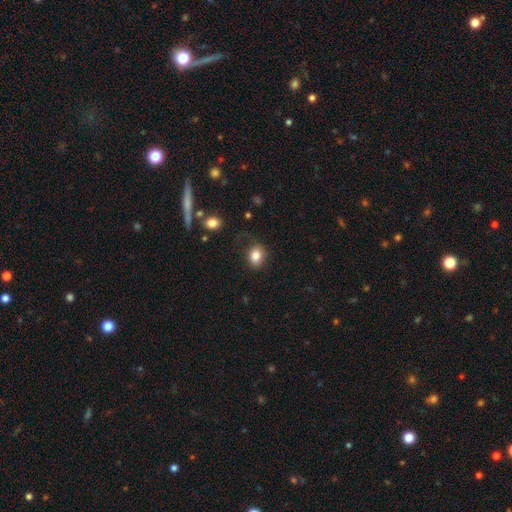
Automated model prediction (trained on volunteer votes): smooth 83%, star or artifact 10%, featured or disk 7%. Down the decision tree: how rounded — round (52%); merging — none (78%).